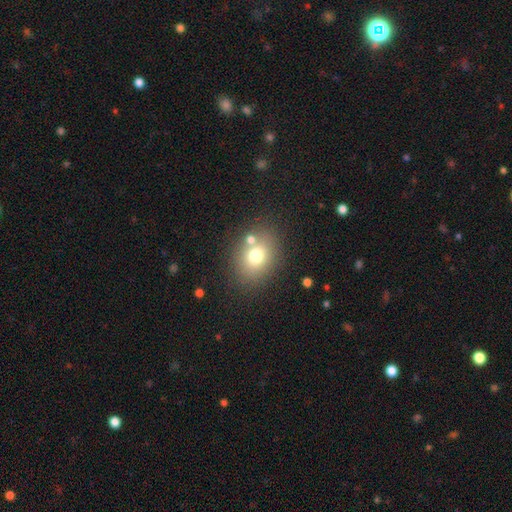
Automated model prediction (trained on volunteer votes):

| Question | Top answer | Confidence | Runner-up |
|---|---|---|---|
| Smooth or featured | smooth | 73% | featured or disk (14%) |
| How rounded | round | 52% | in between (48%) |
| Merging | none | 73% | merger (12%) |